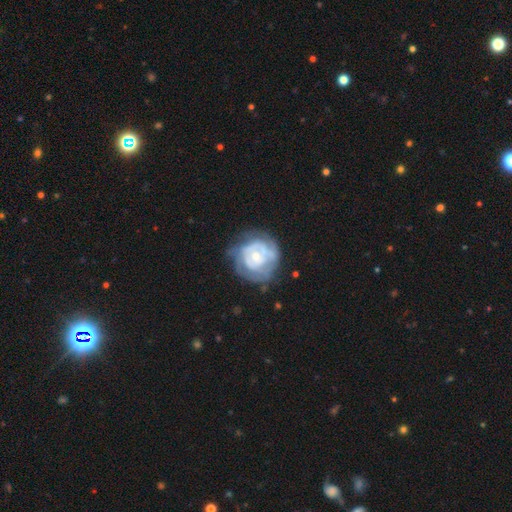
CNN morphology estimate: Overall: featured or disk (70%). Edge-on disk: no (98%). Bar: no (78%). Spiral arms: yes (63%; no 37%). Bulge size: small (53%; moderate 40%). Merging: none (60%; minor disturbance 23%).